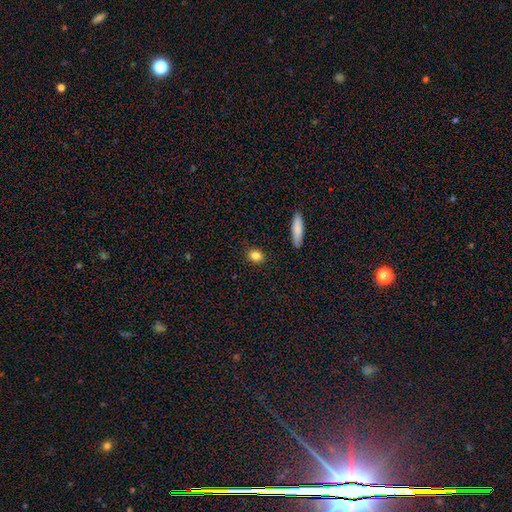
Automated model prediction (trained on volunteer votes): Smooth or featured? Predicted: smooth (p=0.84). How rounded? Predicted: in between (p=0.51). Merging? Predicted: none (p=0.89).